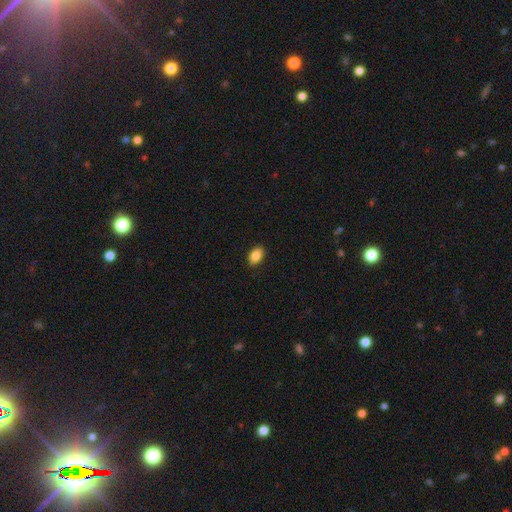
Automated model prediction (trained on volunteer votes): Overall: smooth (87%). How rounded: in between (89%). Merging: none (90%).